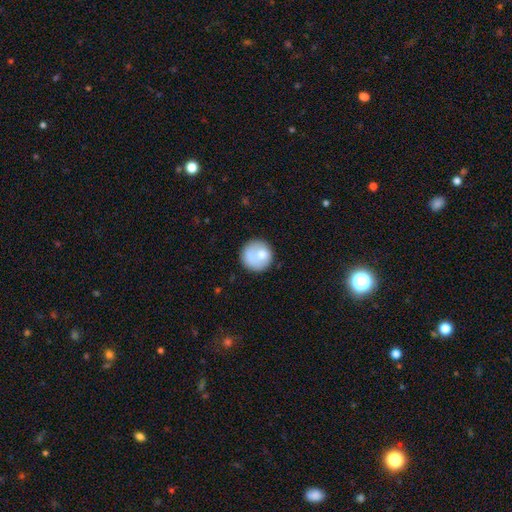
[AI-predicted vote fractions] Smooth or featured? Predicted: smooth (p=0.71). How rounded? Predicted: round (p=0.92). Merging? Predicted: none (p=0.68).